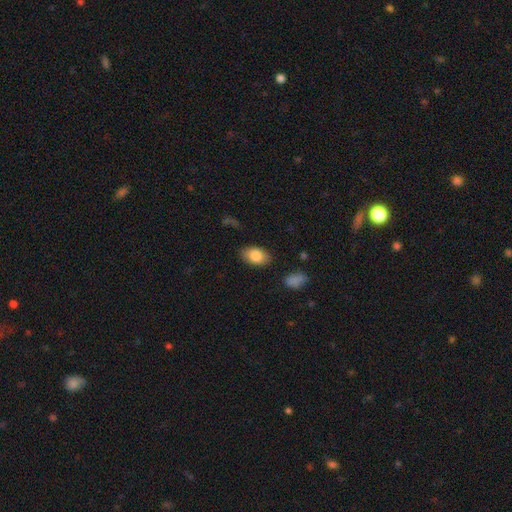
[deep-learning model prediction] A smooth galaxy with no disk features (83%) that is in between round and cigar-shaped (89%). Merging: none (84%).